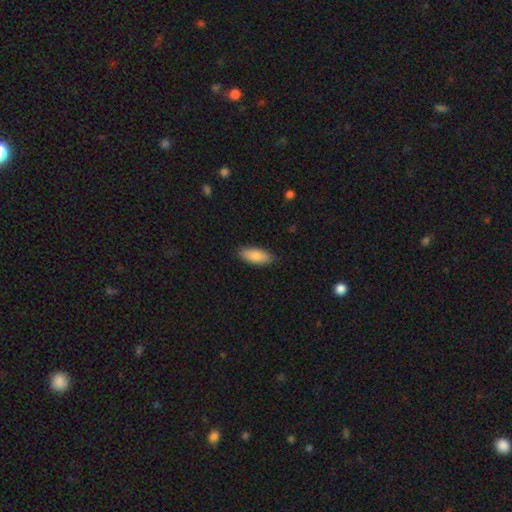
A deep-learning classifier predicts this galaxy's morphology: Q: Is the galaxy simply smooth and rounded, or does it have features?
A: smooth — 87%.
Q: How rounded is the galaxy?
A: in between — 82%.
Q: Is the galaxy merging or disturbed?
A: none — 87%.